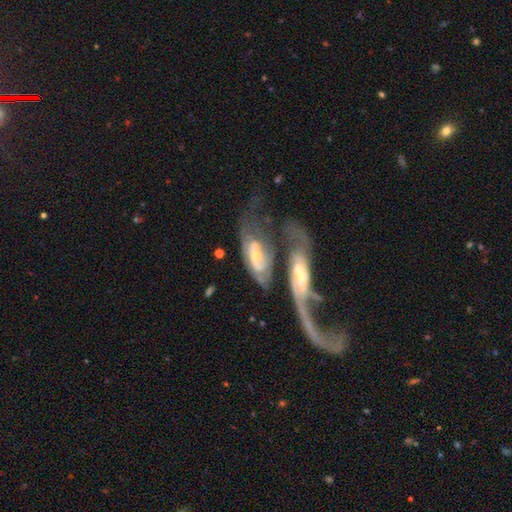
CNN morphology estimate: Q: Smooth or featured?
A: featured or disk (73%); runner-up: smooth (21%)
Q: Edge-on disk?
A: no (86%); runner-up: yes (14%)
Q: Bar?
A: no (55%); runner-up: weak (32%)
Q: Spiral arms?
A: yes (76%); runner-up: no (24%)
Q: Bulge size?
A: moderate (48%); runner-up: small (43%)
Q: Merging?
A: merger (48%); runner-up: none (20%)